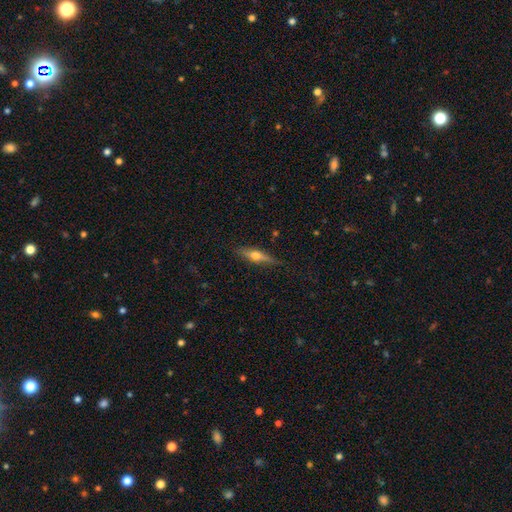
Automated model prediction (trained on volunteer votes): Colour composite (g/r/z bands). It shows a featured or disk galaxy (54%) viewed edge-on (93%) with a rounded central bulge (93%). Merging: none (83%).